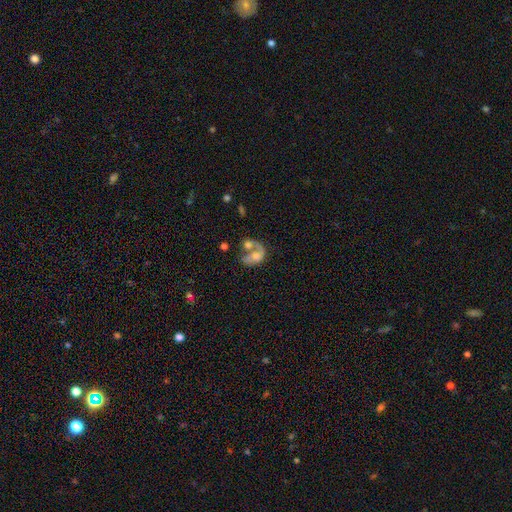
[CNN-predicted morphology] This appears to be a featured or disk galaxy (57%) with no bar (77%), spiral arms (61%) and a moderate central bulge (36%). Merging: merger (40%).